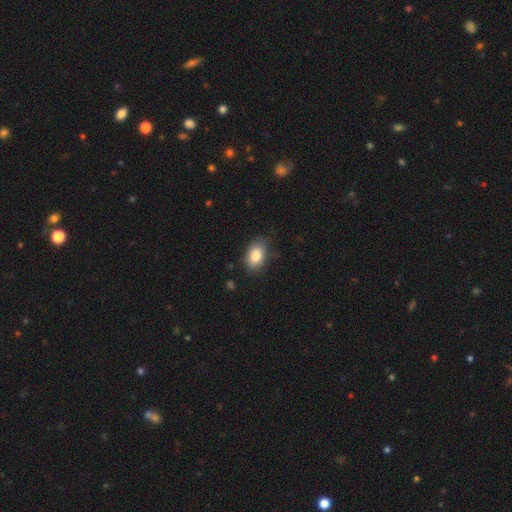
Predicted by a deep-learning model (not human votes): Smooth or featured?
  - smooth: 84% *
  - featured or disk: 8%
  - star or artifact: 8%
How rounded?
  - in between: 88% *
  - round: 11%
  - cigar-shaped: 2%
Merging?
  - none: 77% *
  - minor disturbance: 18%
  - major disturbance: 4%
  - merger: 1%